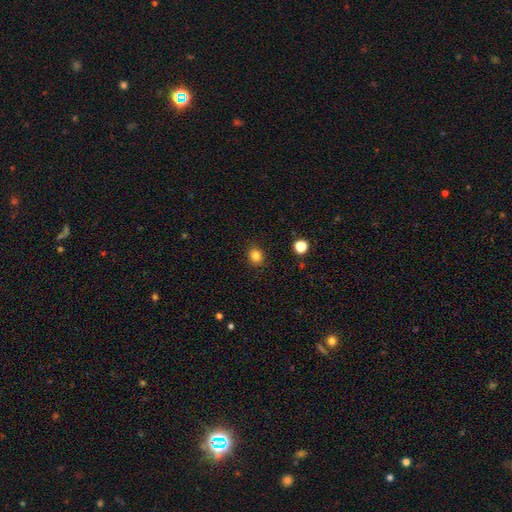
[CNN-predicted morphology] Q: Smooth or featured?
A: smooth (83%); runner-up: star or artifact (12%)
Q: How rounded?
A: round (74%); runner-up: in between (25%)
Q: Merging?
A: none (90%); runner-up: minor disturbance (7%)